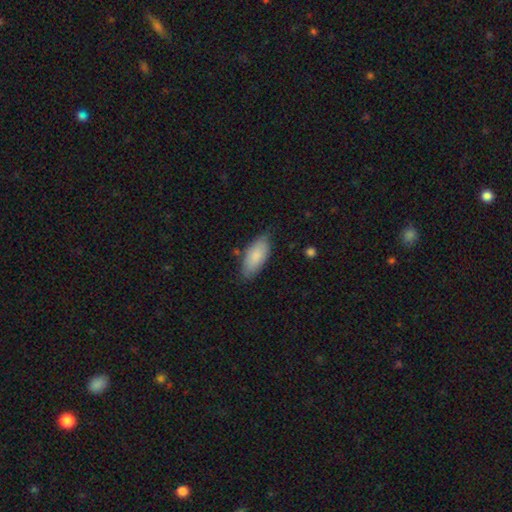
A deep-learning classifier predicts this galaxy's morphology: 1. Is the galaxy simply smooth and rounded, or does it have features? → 84% smooth, 10% featured or disk, 6% star or artifact.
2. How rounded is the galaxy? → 88% in between, 10% cigar-shaped, 2% round.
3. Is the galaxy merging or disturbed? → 76% none, 19% minor disturbance, 3% major disturbance, 2% merger.